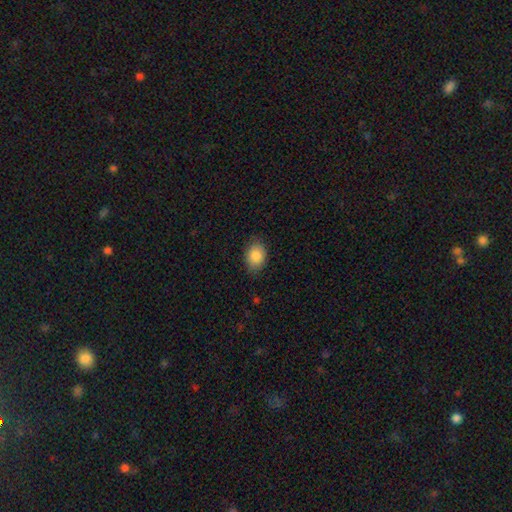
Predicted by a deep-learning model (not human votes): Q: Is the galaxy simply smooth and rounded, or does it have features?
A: smooth — 86%.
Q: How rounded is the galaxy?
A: in between — 70%.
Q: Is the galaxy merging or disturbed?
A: none — 83%.